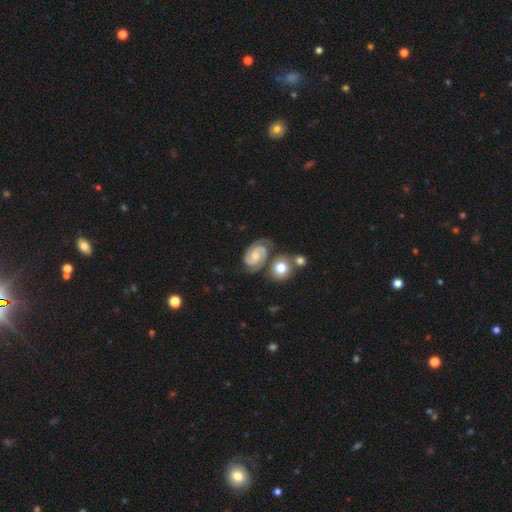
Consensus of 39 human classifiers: Volunteers were most divided on "spiral winding": tight: 47%, medium: 44%, loose: 8%. More confident: edge-on disk — no (100%); spiral arms — yes (100%); smooth or featured — featured or disk (92%); spiral arm count — 2 (92%); merging — none (79%); bar — no (67%); bulge size — moderate (61%).